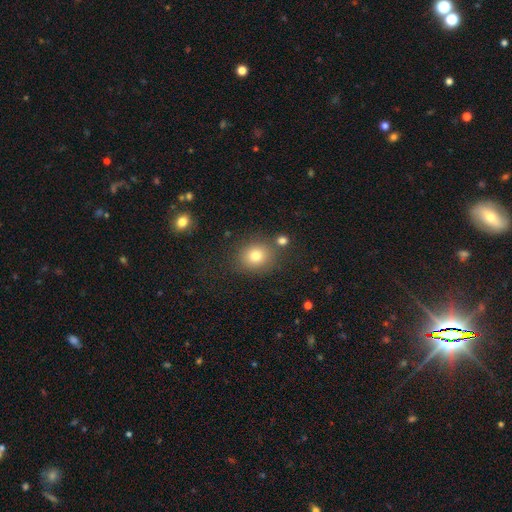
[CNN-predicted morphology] smooth-or-featured: smooth: 79% | star or artifact: 13% | featured or disk: 9%
  how-rounded: round: 71% | in between: 28% | cigar-shaped: 1%
  merging: none: 78% | minor disturbance: 11% | merger: 7% | major disturbance: 4%